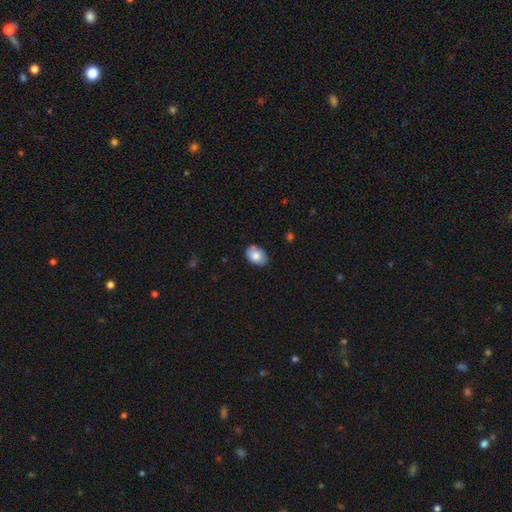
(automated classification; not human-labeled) smooth_or_featured: smooth (p=0.80) [alt: featured or disk p=0.13]
how_rounded: in between (p=0.85) [alt: round p=0.14]
merging: none (p=0.79) [alt: minor disturbance p=0.17]